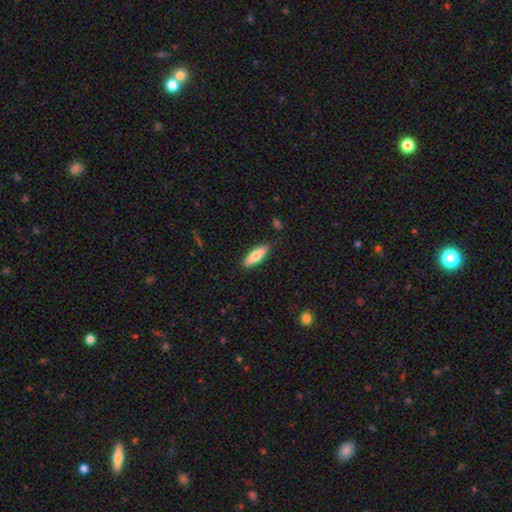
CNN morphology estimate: smooth_or_featured: smooth (p=0.70) [alt: featured or disk p=0.24]
how_rounded: cigar-shaped (p=0.52) [alt: in between p=0.46]
merging: none (p=0.86) [alt: minor disturbance p=0.10]